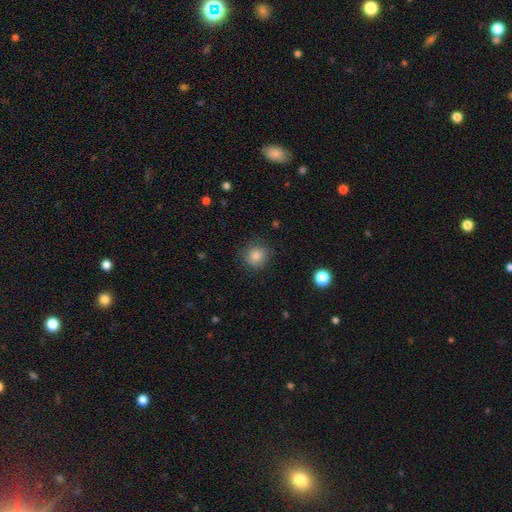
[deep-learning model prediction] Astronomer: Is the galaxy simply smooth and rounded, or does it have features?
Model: smooth — 84%.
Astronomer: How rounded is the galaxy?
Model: round — 87%.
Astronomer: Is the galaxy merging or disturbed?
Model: none — 84%.